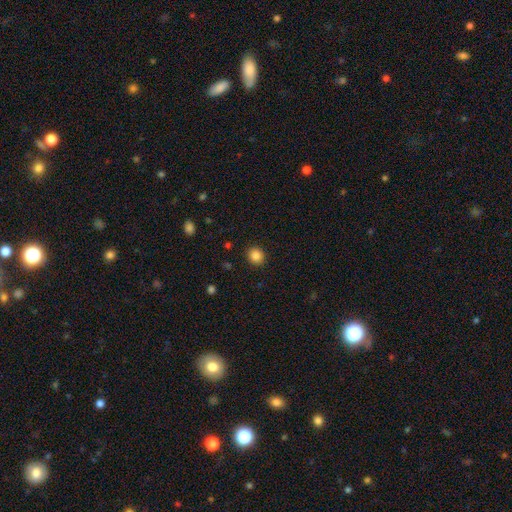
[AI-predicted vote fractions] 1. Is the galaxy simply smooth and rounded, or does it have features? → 86% smooth, 10% star or artifact, 4% featured or disk.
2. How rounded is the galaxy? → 84% round, 15% in between, 1% cigar-shaped.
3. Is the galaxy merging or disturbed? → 91% none, 6% minor disturbance, 2% major disturbance, 1% merger.